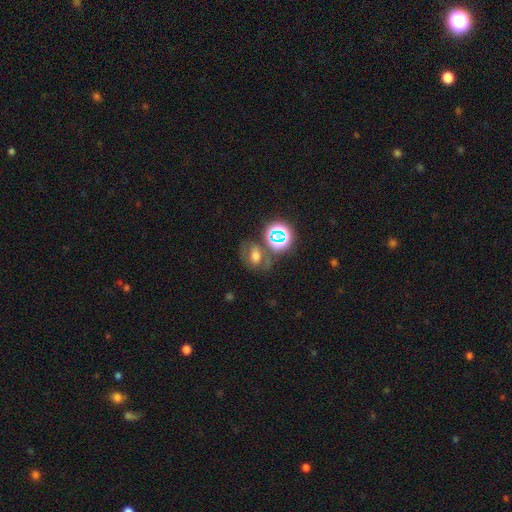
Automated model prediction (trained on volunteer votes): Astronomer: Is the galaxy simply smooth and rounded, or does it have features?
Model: smooth — 44% (runner-up: star or artifact, 30%).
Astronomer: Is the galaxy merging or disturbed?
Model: none — 55%.